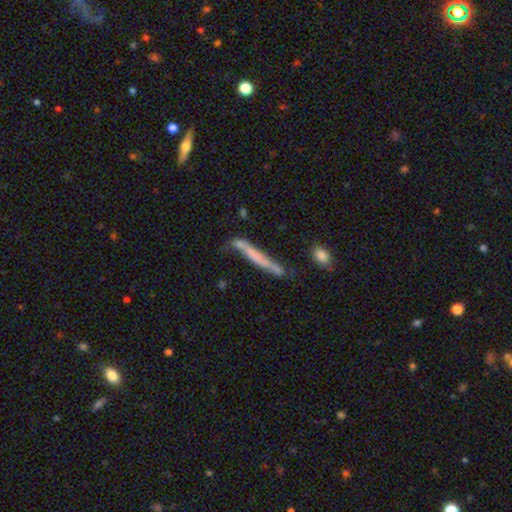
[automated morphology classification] type=smooth (47%); merging=none (56%).